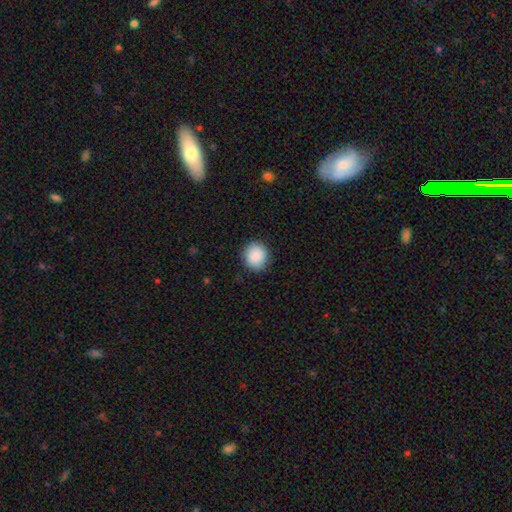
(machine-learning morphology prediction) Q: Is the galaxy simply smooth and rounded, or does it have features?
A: smooth — 90%.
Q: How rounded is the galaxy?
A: round — 88%.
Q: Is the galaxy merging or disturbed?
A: none — 90%.